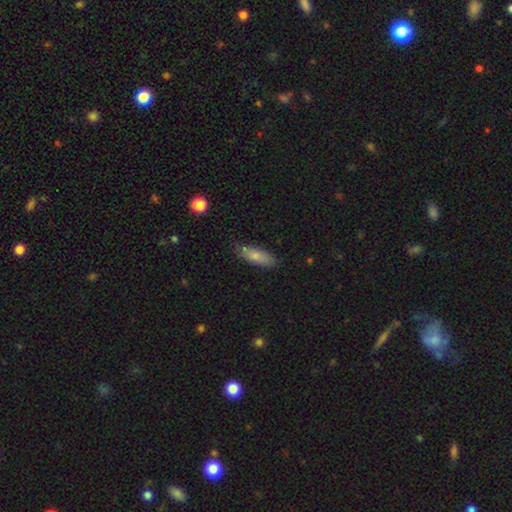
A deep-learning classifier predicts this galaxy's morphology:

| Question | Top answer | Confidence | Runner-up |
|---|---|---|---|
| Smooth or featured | smooth | 78% | featured or disk (16%) |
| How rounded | in between | 68% | cigar-shaped (30%) |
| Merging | none | 74% | minor disturbance (20%) |